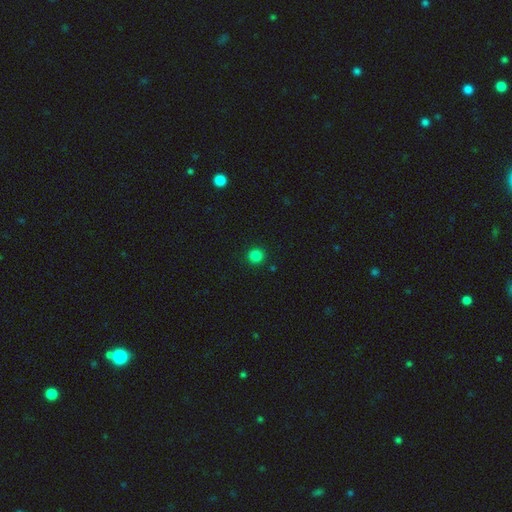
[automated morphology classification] A smooth galaxy with no disk features (84%) that is round (94%). Merging: none (92%).